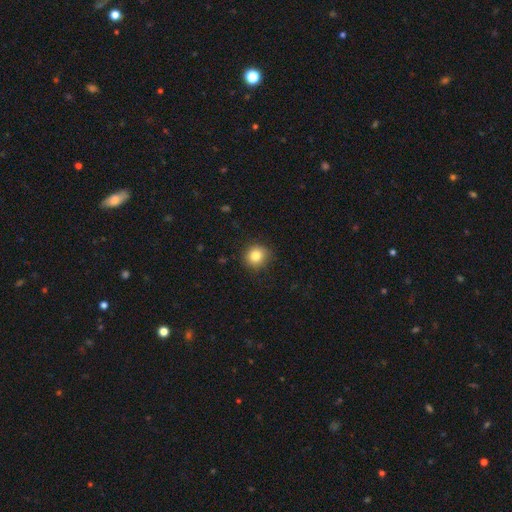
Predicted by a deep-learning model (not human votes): The model was most divided on "smooth or featured": smooth: 83%, star or artifact: 11%, featured or disk: 7%. More confident: how rounded — round (90%); merging — none (89%).